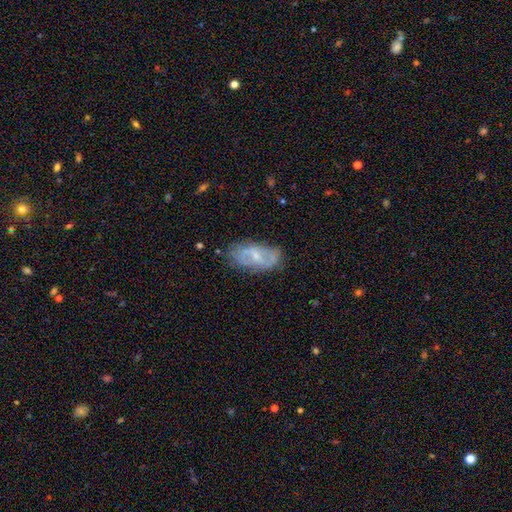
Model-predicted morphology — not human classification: The model was most divided on "spiral arms": yes: 59%, no: 41%. More confident: edge-on disk — no (92%); merging — none (68%); smooth or featured — featured or disk (59%); bulge size — small (54%); bar — weak (50%).